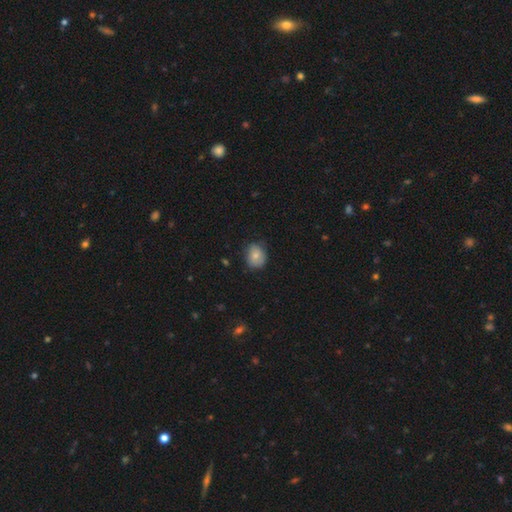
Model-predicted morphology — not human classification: type=smooth (79%); roundness=round (57%); merging=none (75%).